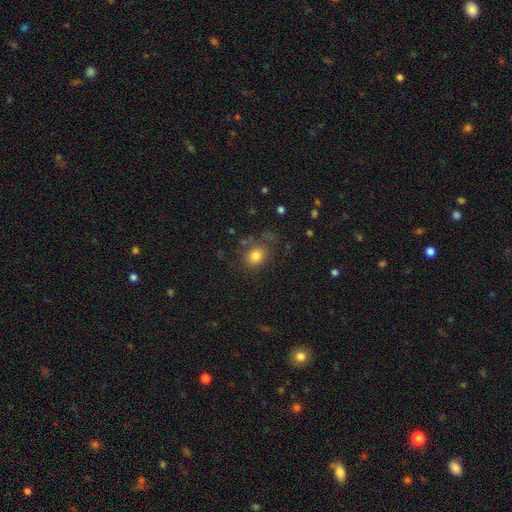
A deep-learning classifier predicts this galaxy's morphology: A smooth galaxy with no disk features (81%) that is round (60%). Merging: none (70%).